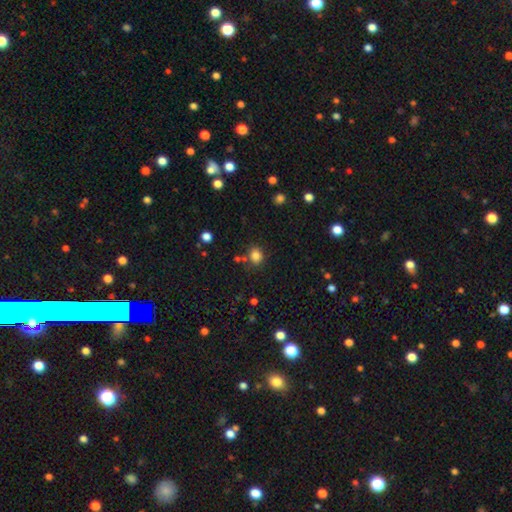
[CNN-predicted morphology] Smooth or featured: smooth — 83% (star or artifact — 12%)
How rounded: round — 66% (in between — 34%)
Merging: none — 75% (minor disturbance — 12%)